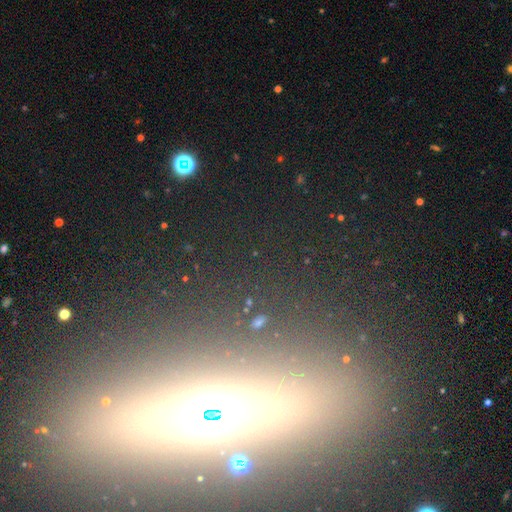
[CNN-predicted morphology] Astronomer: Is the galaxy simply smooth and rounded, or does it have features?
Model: star or artifact — 39%, tied with featured or disk at 39%.